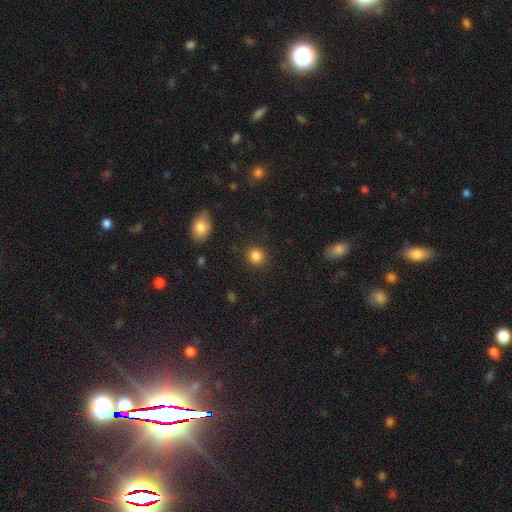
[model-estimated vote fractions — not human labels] A smooth galaxy with no disk features (85%) that is round (84%).

Vote fractions:
- Smooth or featured? smooth: 85% / star or artifact: 11% / featured or disk: 4%
- How rounded? round: 84% / in between: 15% / cigar-shaped: 1%
- Merging? none: 89% / minor disturbance: 7% / major disturbance: 3% / merger: 1%